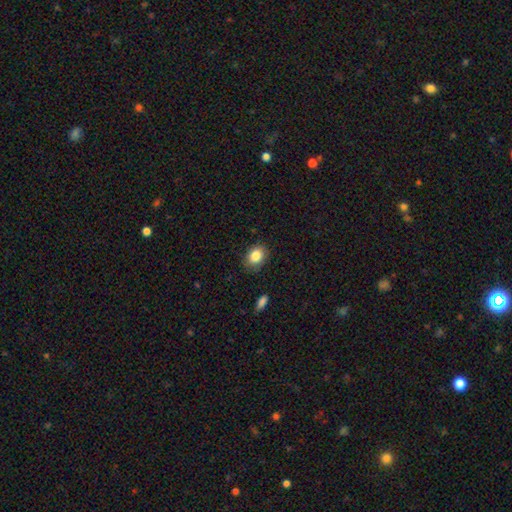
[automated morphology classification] Smooth or featured: smooth — 85% (star or artifact — 9%)
How rounded: in between — 59% (round — 40%)
Merging: none — 84% (minor disturbance — 12%)